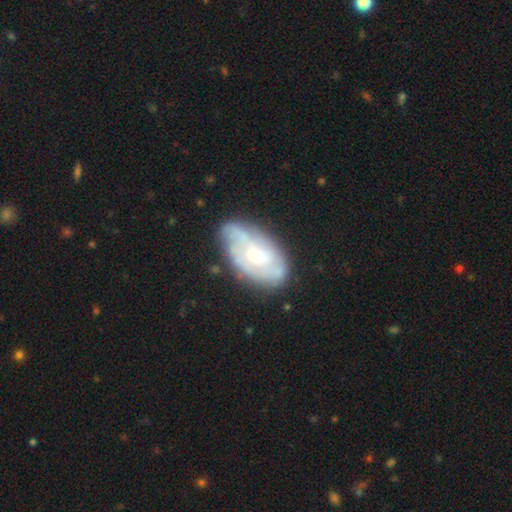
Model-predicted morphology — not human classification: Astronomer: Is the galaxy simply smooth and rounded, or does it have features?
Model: featured or disk — 67%.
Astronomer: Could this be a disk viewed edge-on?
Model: no — 95%.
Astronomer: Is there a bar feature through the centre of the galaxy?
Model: no — 59% (runner-up: weak, 35%).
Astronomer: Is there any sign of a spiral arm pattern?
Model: yes — 77%.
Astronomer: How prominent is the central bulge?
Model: moderate — 49% (runner-up: small, 38%).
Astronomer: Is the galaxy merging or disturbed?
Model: none — 59%.